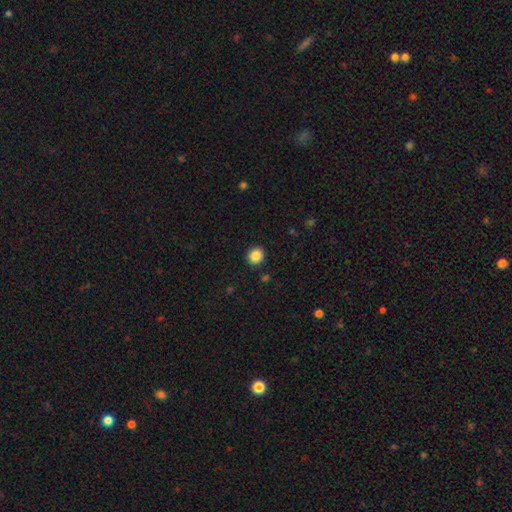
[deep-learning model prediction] This is clearly a smooth galaxy (87%). How rounded: clearly round (88%). Merging: clearly none (91%).